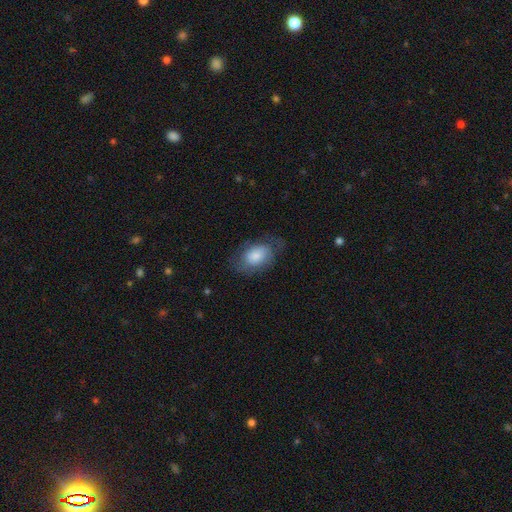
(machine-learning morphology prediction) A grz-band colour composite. It shows a smooth galaxy with no disk features (73%) that is in between round and cigar-shaped (85%). Merging: none (62%).